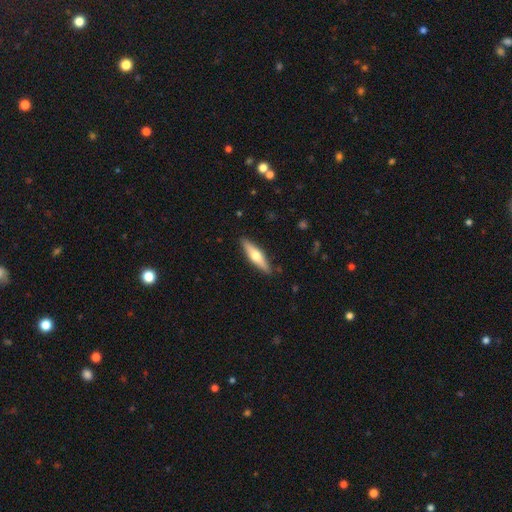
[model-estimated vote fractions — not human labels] Smooth or featured? Predicted: smooth (p=0.49). Merging? Predicted: none (p=0.89).